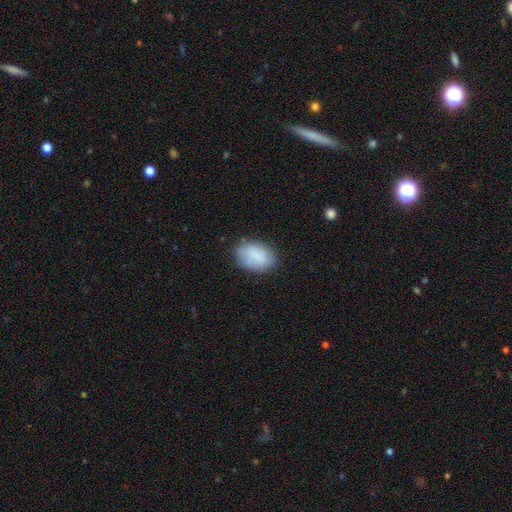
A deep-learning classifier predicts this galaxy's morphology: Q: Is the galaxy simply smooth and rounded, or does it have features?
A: smooth — 81%.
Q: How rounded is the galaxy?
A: in between — 87%.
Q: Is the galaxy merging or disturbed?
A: none — 73%.